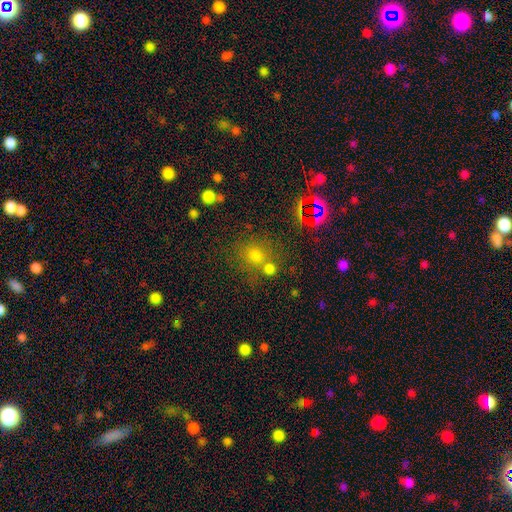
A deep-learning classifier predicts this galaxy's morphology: Smooth or featured? Predicted: smooth (p=0.63). How rounded? Predicted: round (p=0.81). Merging? Predicted: none (p=0.60).